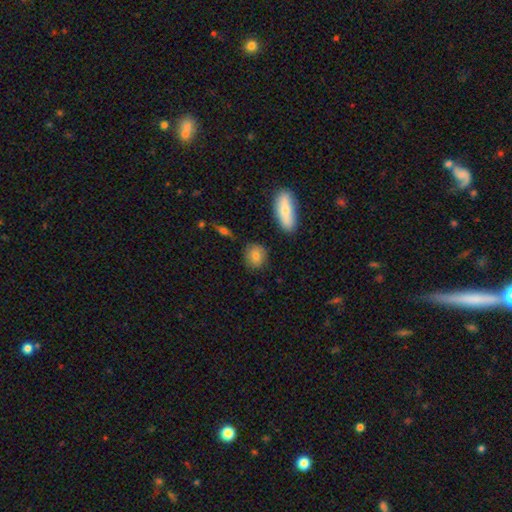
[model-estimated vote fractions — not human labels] Q: Smooth or featured?
A: smooth (81%); runner-up: featured or disk (11%)
Q: How rounded?
A: round (70%); runner-up: in between (27%)
Q: Merging?
A: none (81%); runner-up: minor disturbance (13%)